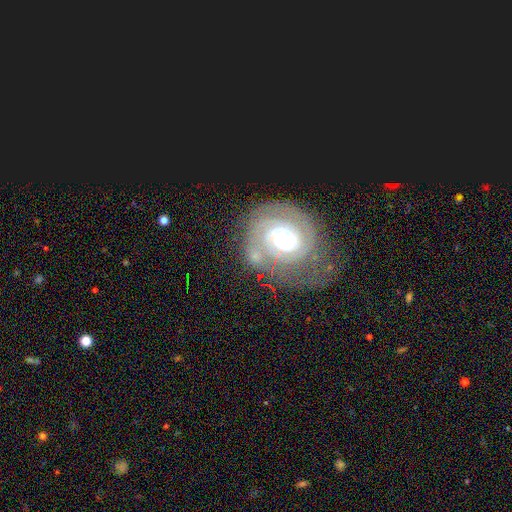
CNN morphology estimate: smooth-or-featured: featured or disk: 79% | smooth: 13% | star or artifact: 9%
  disk-edge-on: no: 97% | yes: 3%
    bar: no: 49% | weak: 35% | strong: 16%
    has-spiral-arms: yes: 87% | no: 13%
      spiral-winding: tight: 63% | medium: 27% | loose: 10%
      spiral-arm-count: 2: 35% | can't tell: 29% | 1: 17% | 3: 10% | 4: 5% | more than 4: 4%
    bulge-size: moderate: 44% | large: 28% | small: 18% | dominant: 5% | none: 5%
  merging: none: 52% | major disturbance: 21% | minor disturbance: 20% | merger: 7%